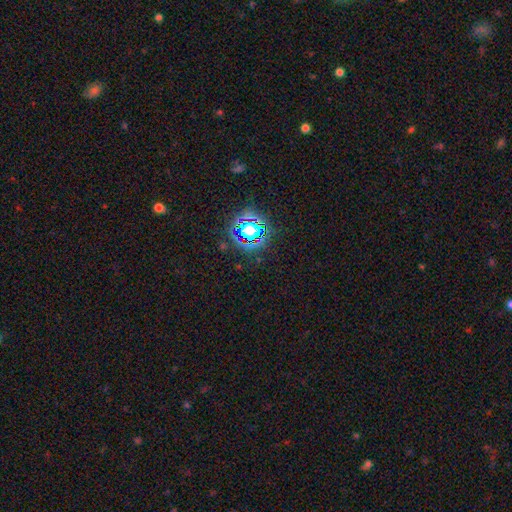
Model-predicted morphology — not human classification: Smooth or featured? Predicted: star or artifact (p=0.80).